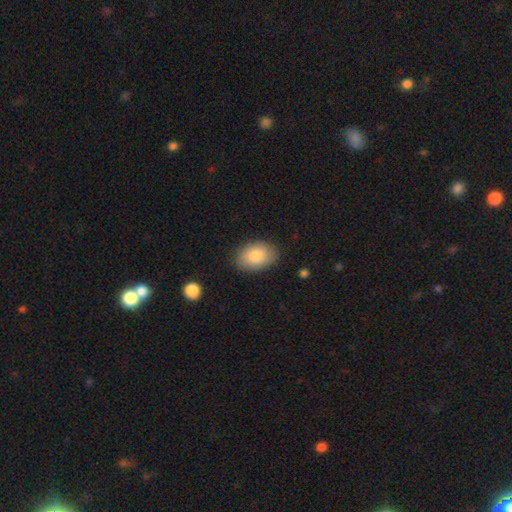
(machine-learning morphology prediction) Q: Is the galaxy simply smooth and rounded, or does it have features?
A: smooth — 83%.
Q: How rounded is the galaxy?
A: in between — 86%.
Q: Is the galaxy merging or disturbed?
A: none — 84%.